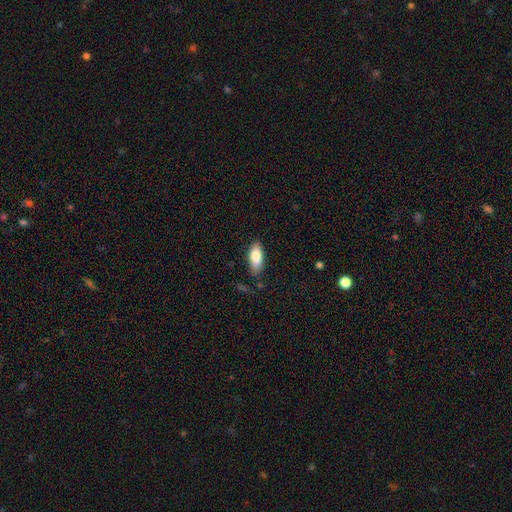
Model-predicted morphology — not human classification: type=smooth (82%); roundness=in between (83%); merging=none (79%).